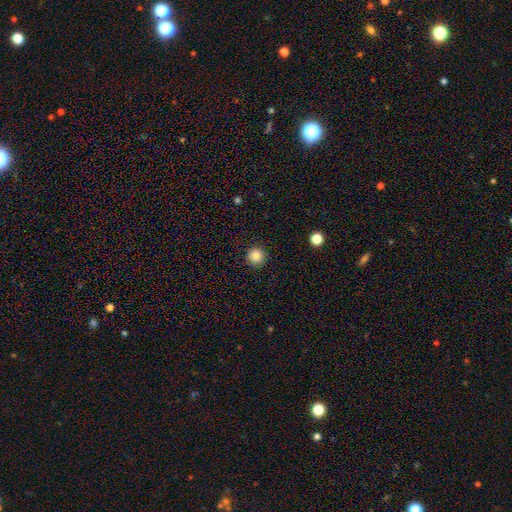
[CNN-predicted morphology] A smooth galaxy with no disk features (86%) that is round (96%). Merging: none (92%).